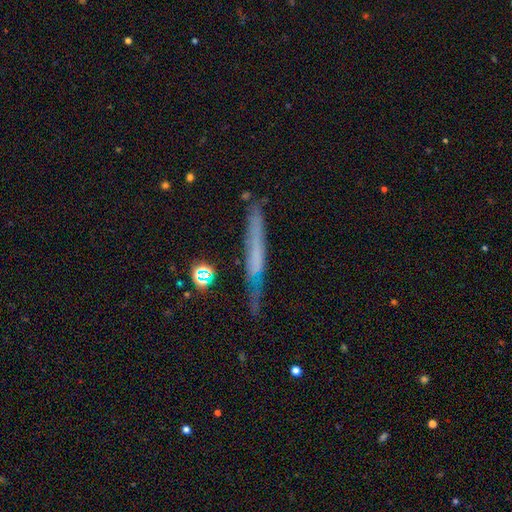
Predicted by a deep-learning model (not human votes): Overall: featured or disk (50%; smooth 39%). Edge-on disk: yes (88%). Merging: none (68%).